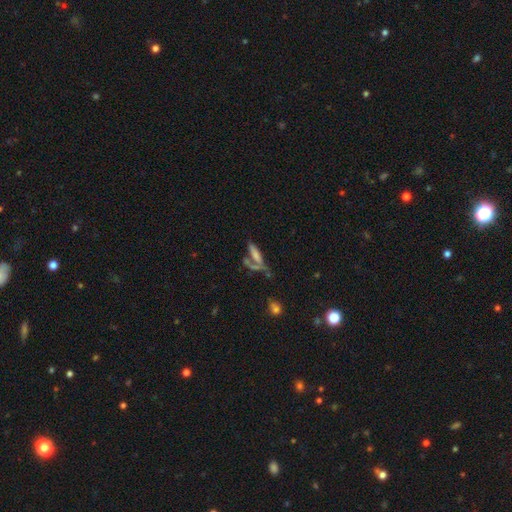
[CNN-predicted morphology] Smooth or featured?
  - smooth: 50% *
  - featured or disk: 33%
  - star or artifact: 17%
How rounded?
  - cigar-shaped: 65% *
  - in between: 31%
  - round: 4%
Merging?
  - none: 42% *
  - merger: 35%
  - minor disturbance: 13%
  - major disturbance: 10%